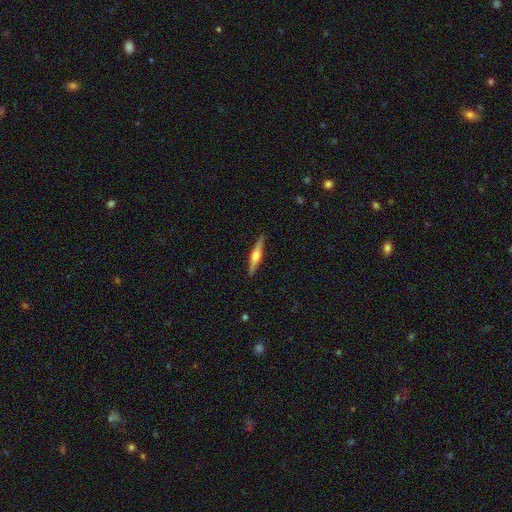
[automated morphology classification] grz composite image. It shows a featured or disk galaxy (65%) viewed edge-on (97%) with a rounded central bulge (88%). Merging: none (90%).